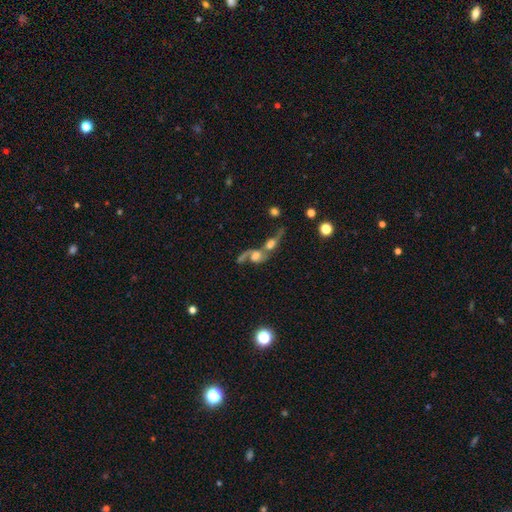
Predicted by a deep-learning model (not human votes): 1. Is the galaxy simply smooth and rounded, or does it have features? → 59% featured or disk, 30% smooth, 11% star or artifact.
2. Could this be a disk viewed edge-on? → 92% no, 8% yes.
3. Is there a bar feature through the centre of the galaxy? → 70% no, 24% weak, 6% strong.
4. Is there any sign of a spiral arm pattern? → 76% yes, 24% no.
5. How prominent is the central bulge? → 35% moderate, 33% large, 14% small, 12% none, 6% dominant.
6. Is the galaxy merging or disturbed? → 78% merger, 9% none, 8% major disturbance, 4% minor disturbance.